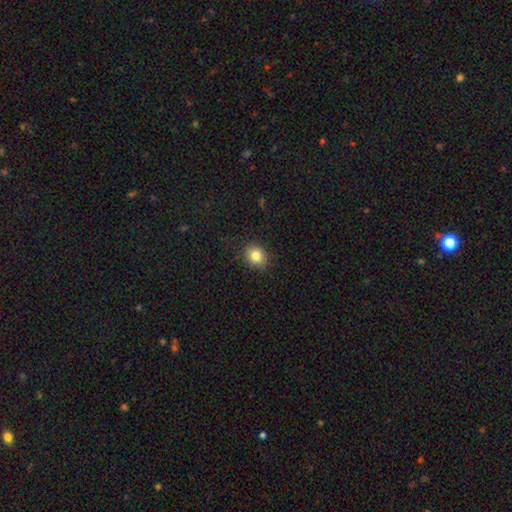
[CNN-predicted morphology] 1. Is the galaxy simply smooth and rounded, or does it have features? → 83% smooth, 11% star or artifact, 6% featured or disk.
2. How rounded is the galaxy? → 70% round, 29% in between, 1% cigar-shaped.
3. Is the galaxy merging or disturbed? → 87% none, 9% minor disturbance, 2% major disturbance, 1% merger.